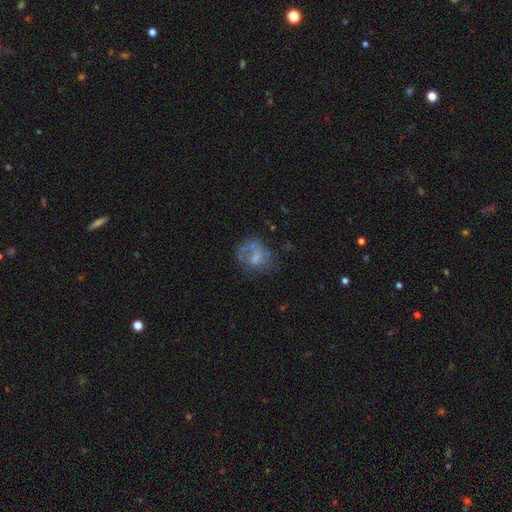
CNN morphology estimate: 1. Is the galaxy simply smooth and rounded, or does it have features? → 46% featured or disk, 41% smooth, 12% star or artifact.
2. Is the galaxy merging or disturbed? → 40% none, 29% major disturbance, 22% minor disturbance, 10% merger.